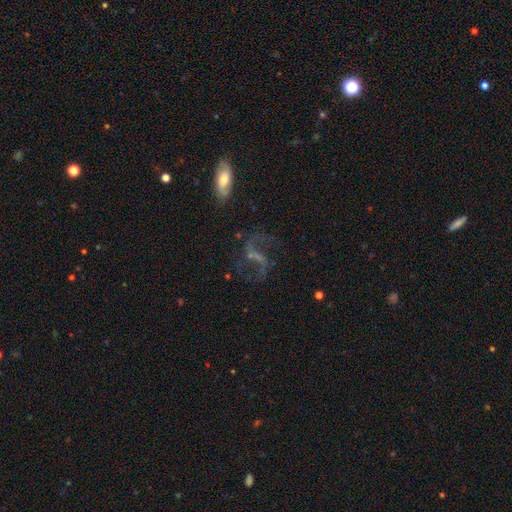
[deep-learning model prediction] Smooth or featured: featured or disk — 74% (star or artifact — 14%)
Edge-on disk: no — 96% (yes — 4%)
Bar: weak — 40% (strong — 32%)
Spiral arms: yes — 84% (no — 16%)
Spiral winding: loose — 73% (medium — 22%)
Spiral arm count: 2 — 87% (can't tell — 5%)
Bulge size: none — 51% (small — 35%)
Merging: none — 59% (major disturbance — 21%)